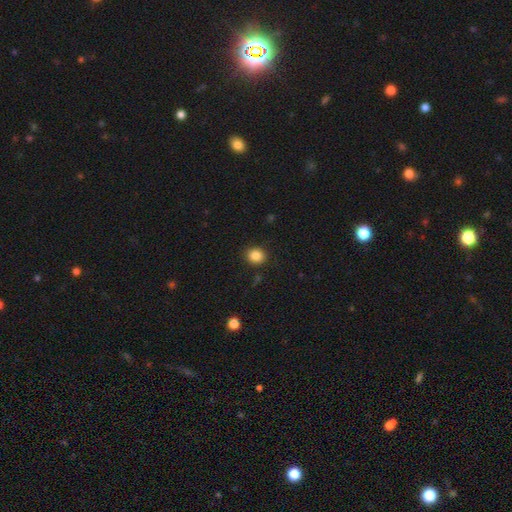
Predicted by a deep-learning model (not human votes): smooth 86%, star or artifact 10%, featured or disk 4%. Down the decision tree: how rounded — round (78%); merging — none (89%).